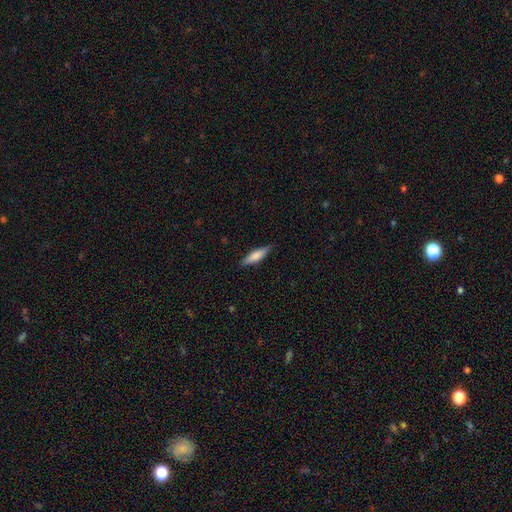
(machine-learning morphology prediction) A smooth galaxy with no disk features (71%) that is cigar-shaped (69%).

Vote fractions:
- Smooth or featured? smooth: 71% / featured or disk: 23% / star or artifact: 6%
- How rounded? cigar-shaped: 69% / in between: 29% / round: 2%
- Merging? none: 85% / minor disturbance: 12% / major disturbance: 2% / merger: 1%